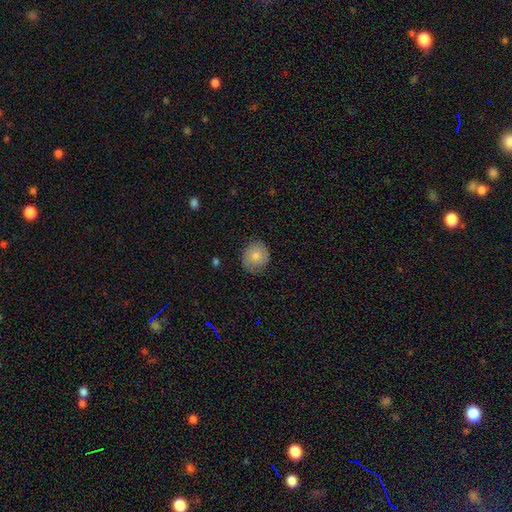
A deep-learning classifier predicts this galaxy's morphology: Smooth or featured?
  - smooth: 79% *
  - featured or disk: 13%
  - star or artifact: 8%
How rounded?
  - round: 82% *
  - in between: 17%
  - cigar-shaped: 1%
Merging?
  - none: 80% *
  - minor disturbance: 16%
  - major disturbance: 3%
  - merger: 1%